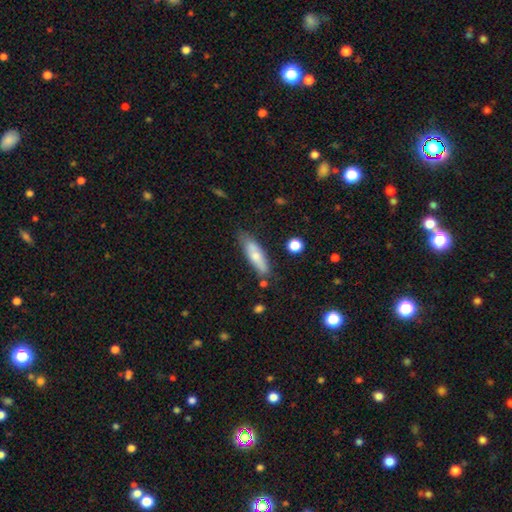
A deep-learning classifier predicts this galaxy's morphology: This is likely a smooth galaxy (66%). How rounded: possibly cigar-shaped (59%). Merging: likely none (70%).